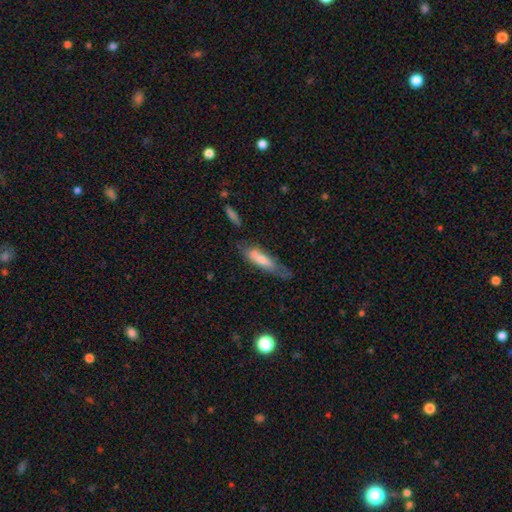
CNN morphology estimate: type=smooth (49%); merging=none (59%).